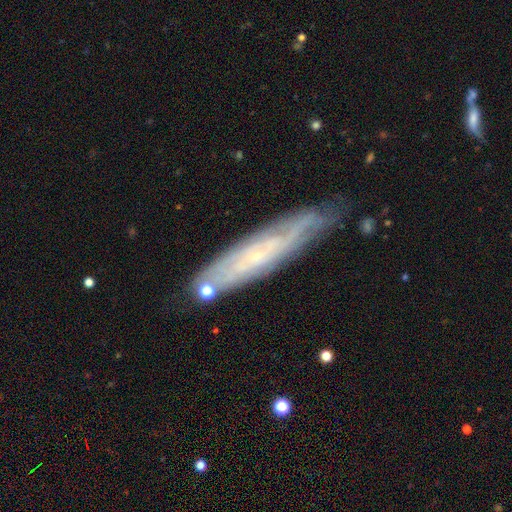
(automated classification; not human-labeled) smooth_or_featured: featured or disk (p=0.68) [alt: smooth p=0.25]
disk_edge_on: no (p=0.54) [alt: yes p=0.46]
merging: none (p=0.74) [alt: minor disturbance p=0.19]